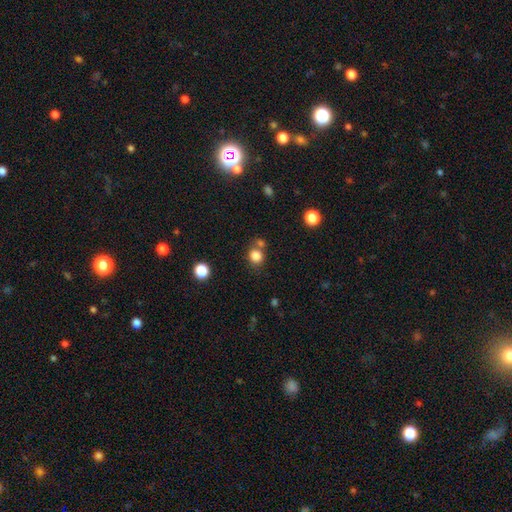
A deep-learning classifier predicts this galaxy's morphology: This is clearly a smooth galaxy (83%). How rounded: likely round (77%). Merging: likely none (63%).